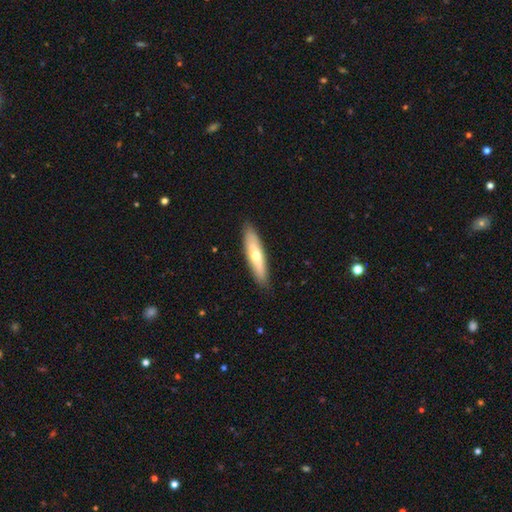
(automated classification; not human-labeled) Smooth or featured? Predicted: smooth (p=0.54). How rounded? Predicted: cigar-shaped (p=0.77). Merging? Predicted: none (p=0.88).